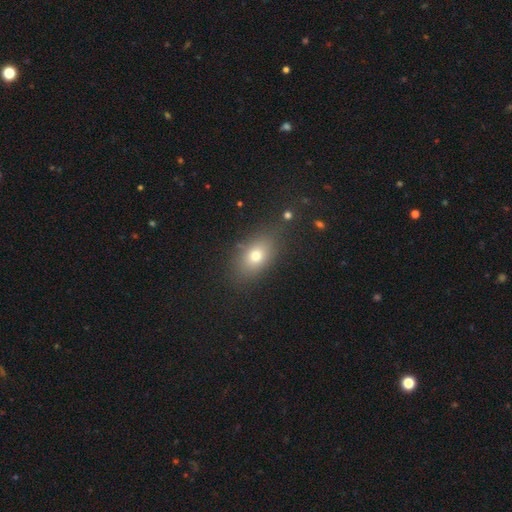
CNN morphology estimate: Smooth or featured: smooth — 73% (featured or disk — 14%)
How rounded: in between — 77% (round — 20%)
Merging: none — 78% (minor disturbance — 13%)